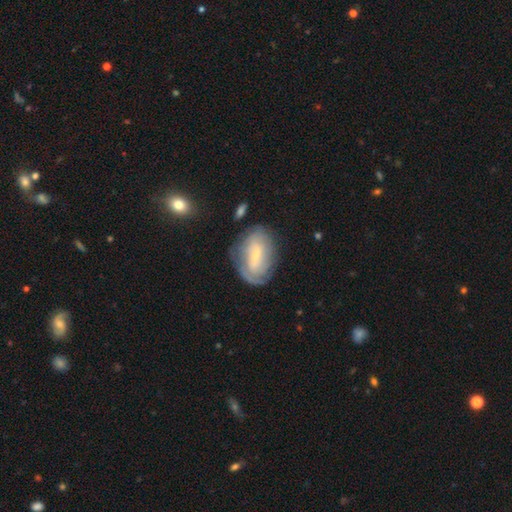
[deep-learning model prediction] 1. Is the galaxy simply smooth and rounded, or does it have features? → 65% featured or disk, 28% smooth, 7% star or artifact.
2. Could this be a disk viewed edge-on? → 95% no, 5% yes.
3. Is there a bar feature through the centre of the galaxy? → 45% weak, 38% no, 17% strong.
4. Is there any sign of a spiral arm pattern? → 78% yes, 22% no.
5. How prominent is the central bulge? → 72% small, 23% moderate, 2% none, 2% large, 1% dominant.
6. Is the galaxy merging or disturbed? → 66% none, 21% minor disturbance, 10% major disturbance, 4% merger.